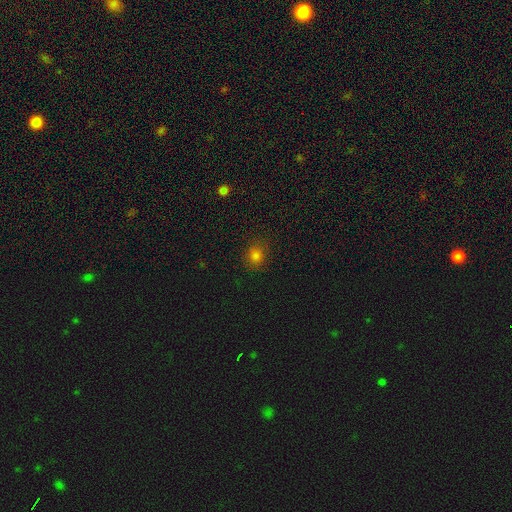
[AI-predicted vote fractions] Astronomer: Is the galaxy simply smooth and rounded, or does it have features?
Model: smooth — 79%.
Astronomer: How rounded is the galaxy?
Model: round — 74%.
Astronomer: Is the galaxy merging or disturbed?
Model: none — 82%.